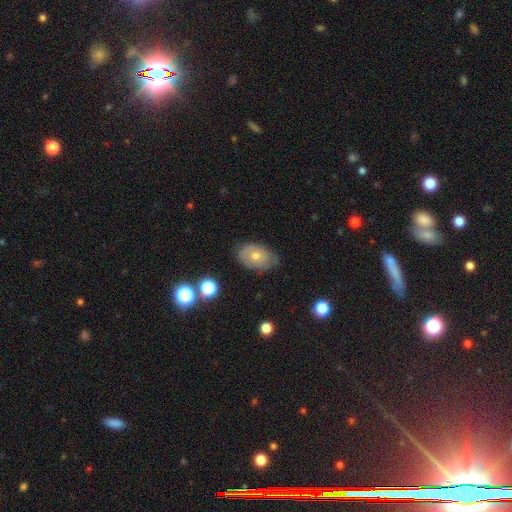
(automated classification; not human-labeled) smooth 56%, featured or disk 33%, star or artifact 11%. Down the decision tree: how rounded — in between (84%); merging — none (73%).